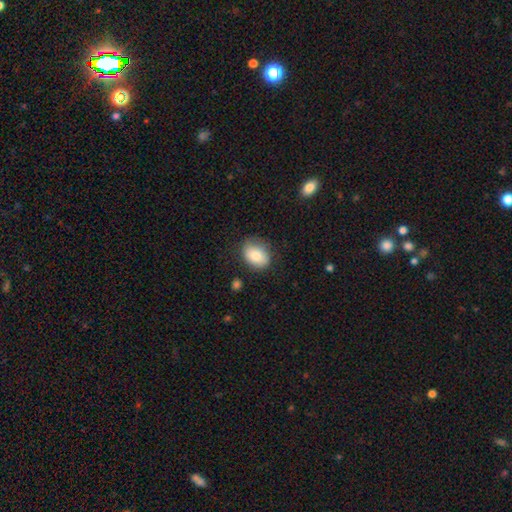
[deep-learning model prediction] Q: Smooth or featured?
A: smooth (82%); runner-up: featured or disk (11%)
Q: How rounded?
A: in between (67%); runner-up: round (32%)
Q: Merging?
A: none (74%); runner-up: minor disturbance (19%)